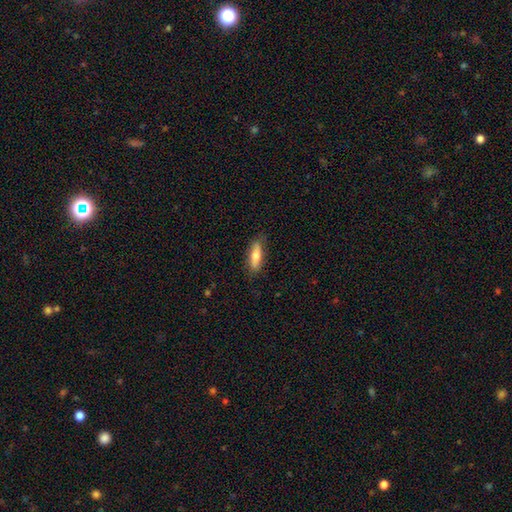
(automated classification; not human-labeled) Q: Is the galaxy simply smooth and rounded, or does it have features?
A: smooth — 71%.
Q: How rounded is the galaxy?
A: cigar-shaped — 55%.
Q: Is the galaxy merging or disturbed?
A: none — 82%.